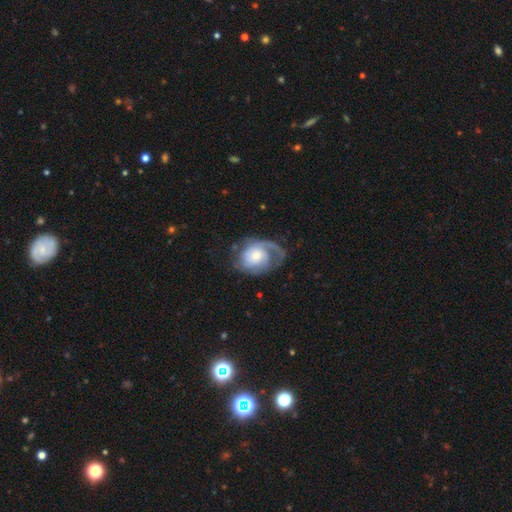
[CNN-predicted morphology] smooth_or_featured: featured or disk (p=0.74) [alt: smooth p=0.20]
disk_edge_on: no (p=0.97) [alt: yes p=0.03]
bar: no (p=0.73) [alt: weak p=0.23]
has_spiral_arms: yes (p=0.89) [alt: no p=0.11]
spiral_winding: tight (p=0.40) [alt: medium p=0.37]
spiral_arm_count: 1 (p=0.48) [alt: 2 p=0.26]
bulge_size: moderate (p=0.45) [alt: small p=0.43]
merging: none (p=0.51) [alt: major disturbance p=0.26]